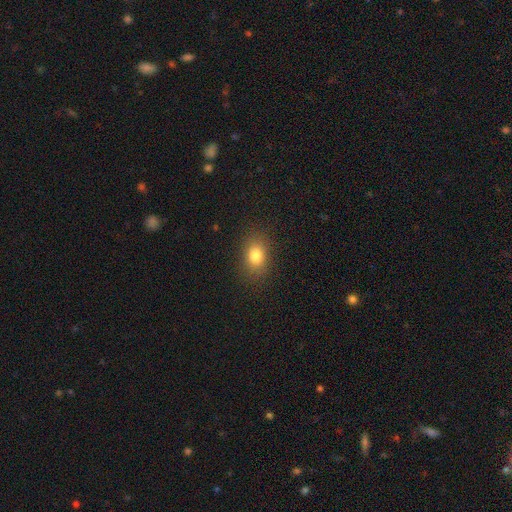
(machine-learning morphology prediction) type=smooth (81%); roundness=in between (69%); merging=none (85%).